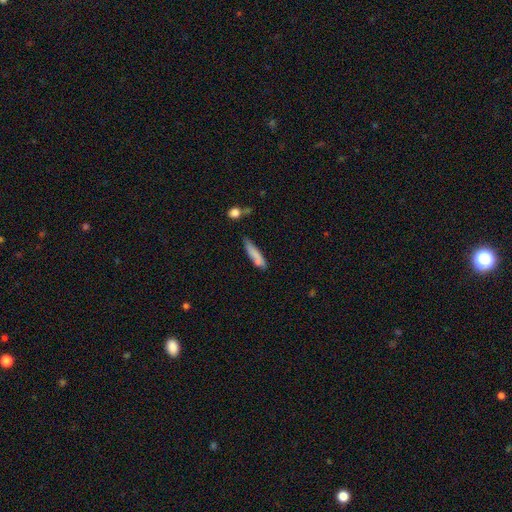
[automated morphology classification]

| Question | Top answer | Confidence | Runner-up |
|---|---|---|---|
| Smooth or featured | smooth | 78% | featured or disk (15%) |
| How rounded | cigar-shaped | 78% | in between (20%) |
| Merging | none | 58% | minor disturbance (26%) |